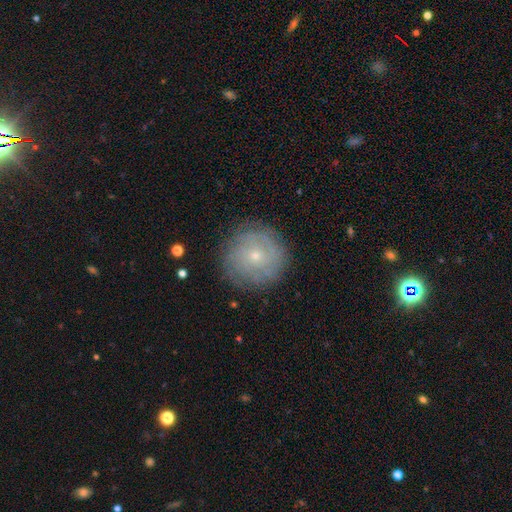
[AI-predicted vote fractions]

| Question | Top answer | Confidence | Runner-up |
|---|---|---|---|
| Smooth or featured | featured or disk | 60% | smooth (31%) |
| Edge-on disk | no | 97% | yes (3%) |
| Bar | no | 83% | weak (14%) |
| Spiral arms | yes | 80% | no (20%) |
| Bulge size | small | 82% | moderate (15%) |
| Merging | none | 84% | minor disturbance (11%) |